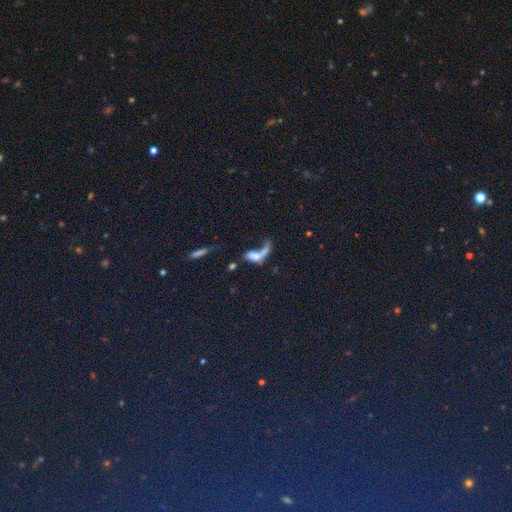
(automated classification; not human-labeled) Q: Smooth or featured?
A: smooth (51%); runner-up: featured or disk (33%)
Q: How rounded?
A: in between (58%); runner-up: cigar-shaped (32%)
Q: Merging?
A: merger (39%); runner-up: major disturbance (31%)